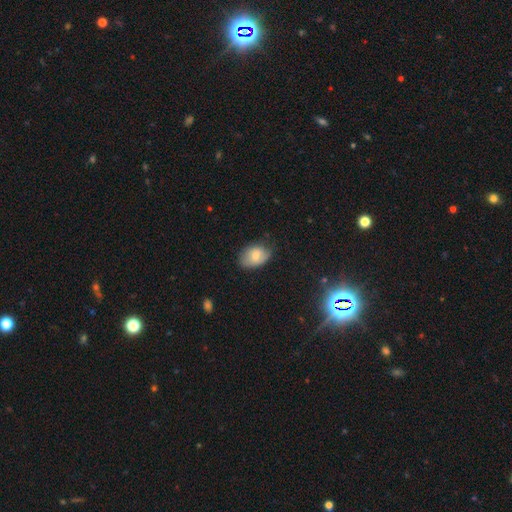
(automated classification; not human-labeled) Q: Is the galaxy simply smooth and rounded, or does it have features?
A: smooth — 73%.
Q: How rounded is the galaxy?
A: in between — 84%.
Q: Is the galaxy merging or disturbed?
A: none — 67%.